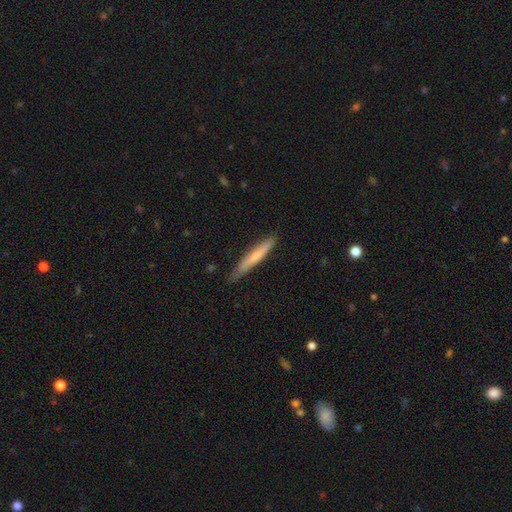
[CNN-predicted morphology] A smooth galaxy with no disk features (61%) that is cigar-shaped (95%). Merging: none (80%).